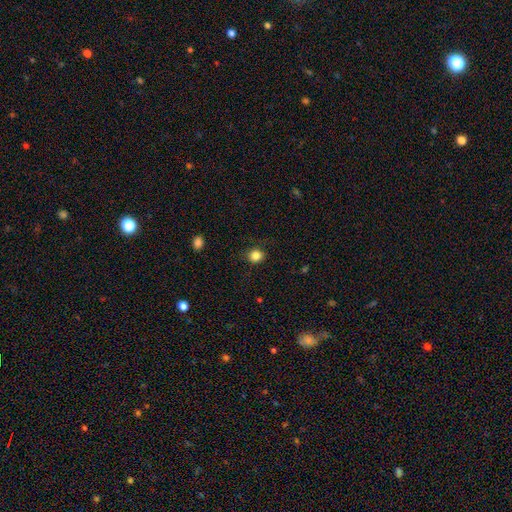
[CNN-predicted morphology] Smooth or featured: smooth — 84% (star or artifact — 11%)
How rounded: round — 85% (in between — 14%)
Merging: none — 86% (minor disturbance — 10%)